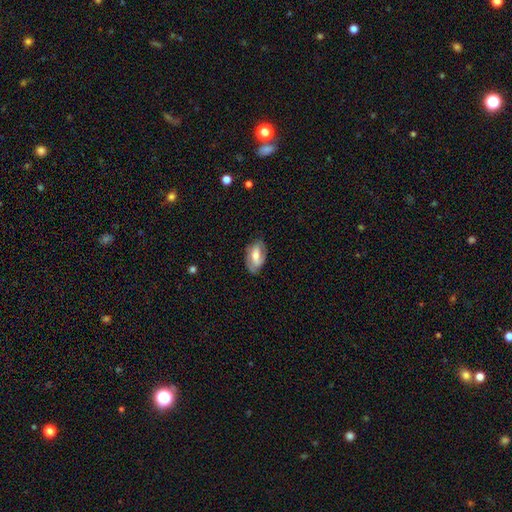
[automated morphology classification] smooth-or-featured: featured or disk: 54% | smooth: 39% | star or artifact: 7%
  disk-edge-on: no: 91% | yes: 9%
  merging: none: 75% | minor disturbance: 19% | major disturbance: 5% | merger: 1%